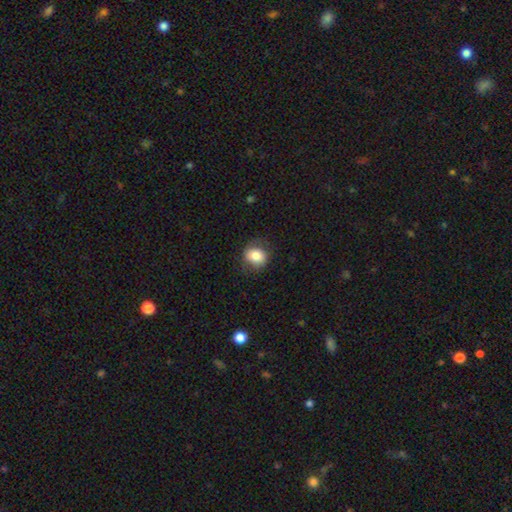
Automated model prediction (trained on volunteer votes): Smooth or featured? smooth (80%)
How rounded? round (60%)
Merging? none (75%)